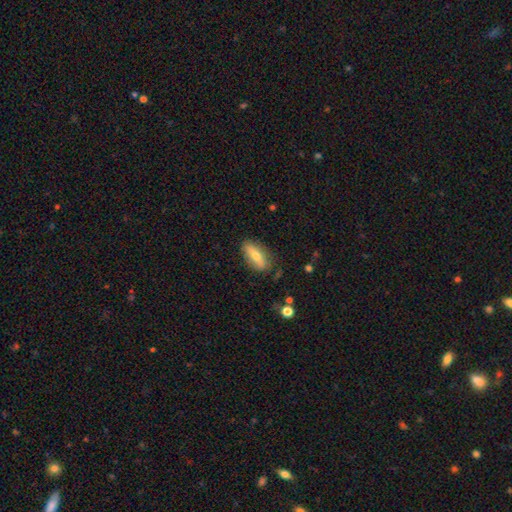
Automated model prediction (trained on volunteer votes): Overall: smooth (64%; featured or disk 29%). How rounded: in between (75%). Merging: none (77%).